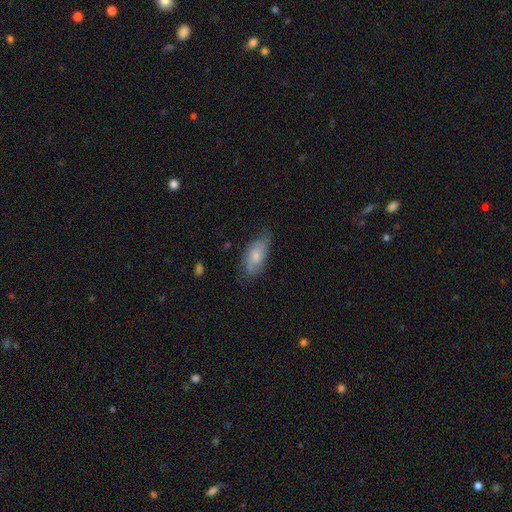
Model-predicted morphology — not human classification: Smooth or featured: smooth — 59% (featured or disk — 35%)
How rounded: in between — 87% (cigar-shaped — 9%)
Merging: none — 62% (minor disturbance — 28%)